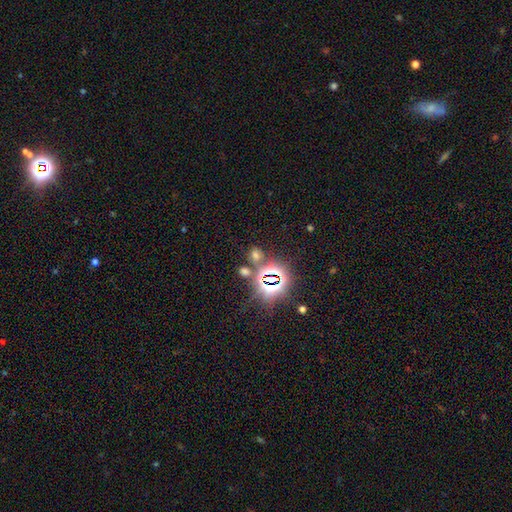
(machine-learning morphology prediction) Smooth or featured: star or artifact — 47% (smooth — 46%)